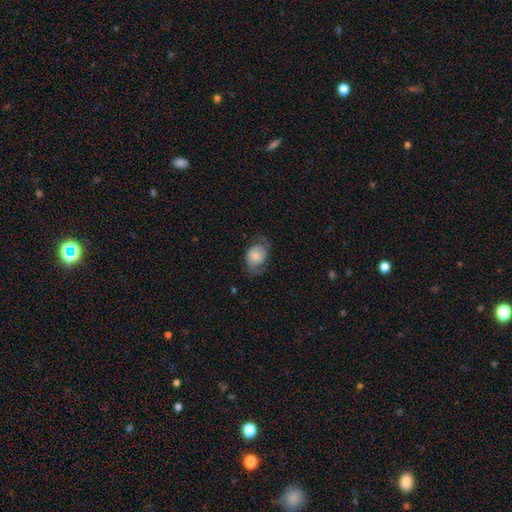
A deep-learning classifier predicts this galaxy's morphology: This appears to be a smooth galaxy with no disk features (49%). Merging: none (58%).